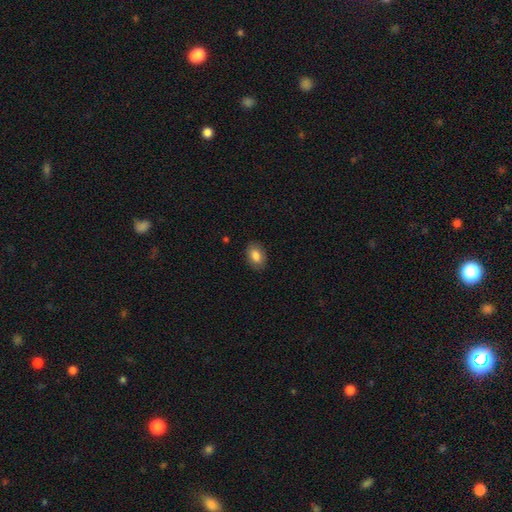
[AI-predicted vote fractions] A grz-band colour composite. It shows a smooth galaxy with no disk features (84%) that is in between round and cigar-shaped (82%). Merging: none (87%).